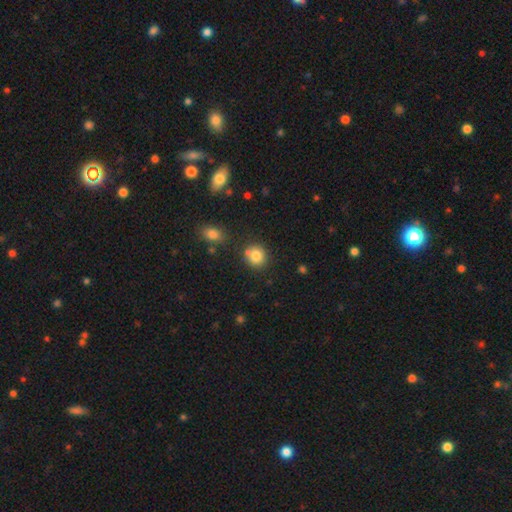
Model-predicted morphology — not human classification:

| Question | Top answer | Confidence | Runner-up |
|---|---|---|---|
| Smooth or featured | smooth | 82% | star or artifact (10%) |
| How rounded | round | 84% | in between (15%) |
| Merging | none | 73% | merger (13%) |